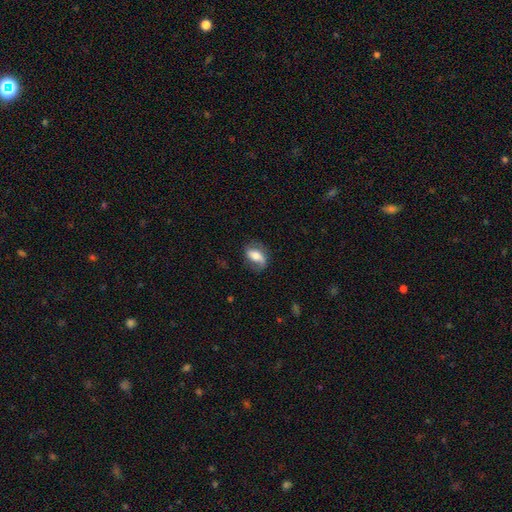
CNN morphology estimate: smooth_or_featured: smooth (p=0.46) [tied with: featured or disk p=0.46]
merging: none (p=0.63) [alt: minor disturbance p=0.23]